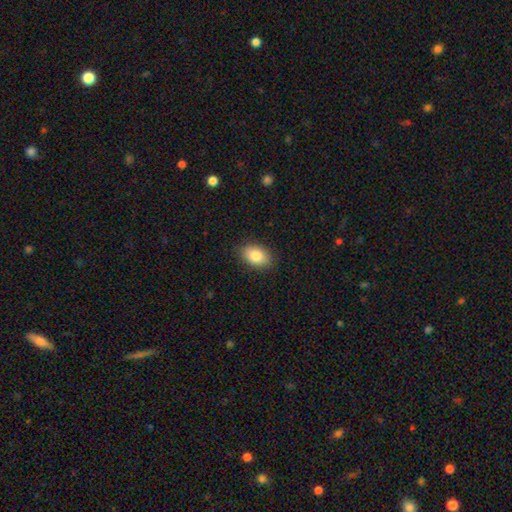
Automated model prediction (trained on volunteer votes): smooth 84%, featured or disk 9%, star or artifact 7%. Down the decision tree: how rounded — in between (88%); merging — none (87%).